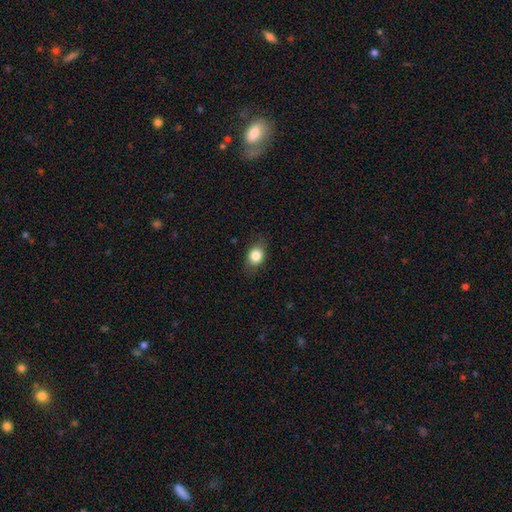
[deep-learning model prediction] A smooth galaxy with no disk features (80%) that is in between round and cigar-shaped (62%). Merging: none (80%).